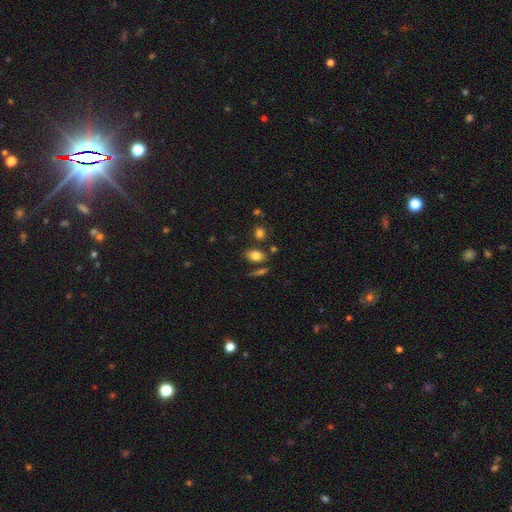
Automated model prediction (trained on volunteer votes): The model was most divided on "merging": none: 73%, minor disturbance: 12%, merger: 11%, major disturbance: 4%. More confident: how rounded — in between (82%); smooth or featured — smooth (80%).